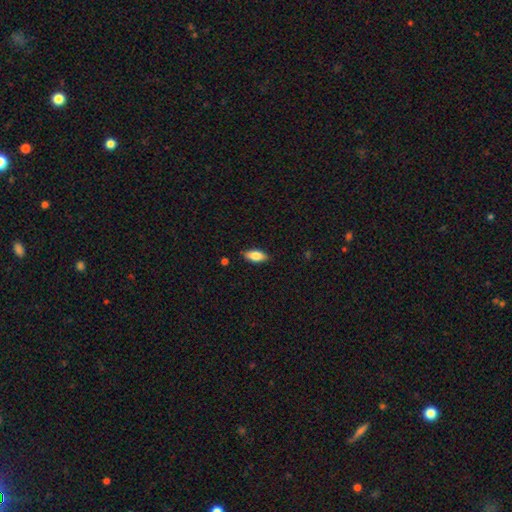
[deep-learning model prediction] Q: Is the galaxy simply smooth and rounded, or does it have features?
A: smooth — 80%.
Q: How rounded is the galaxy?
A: in between — 85%.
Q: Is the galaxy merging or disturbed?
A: none — 87%.